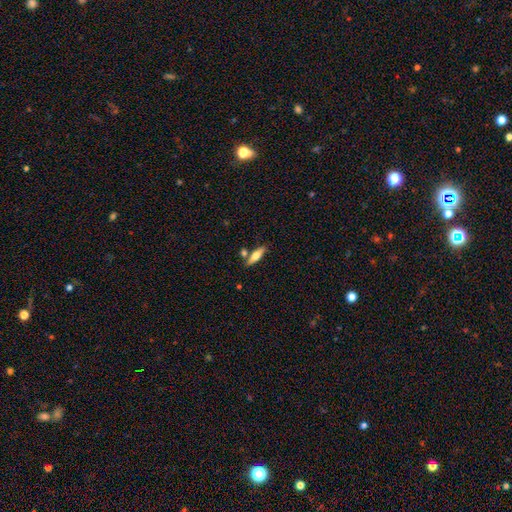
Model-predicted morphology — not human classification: smooth 54%, featured or disk 40%, star or artifact 6%. Down the decision tree: how rounded — cigar-shaped (58%); merging — none (74%).